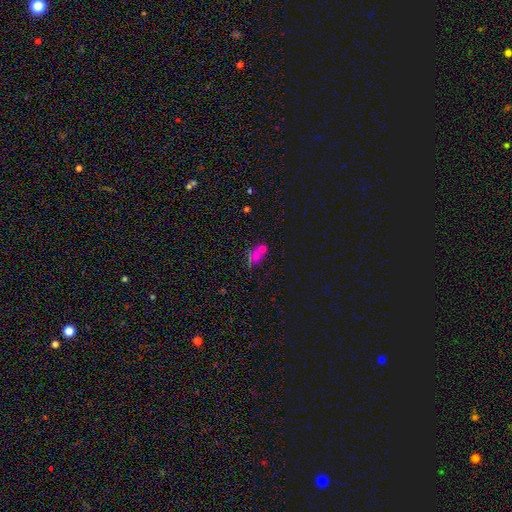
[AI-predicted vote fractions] smooth 50%, star or artifact 38%, featured or disk 11%. Down the decision tree: how rounded — in between (72%); merging — none (59%).